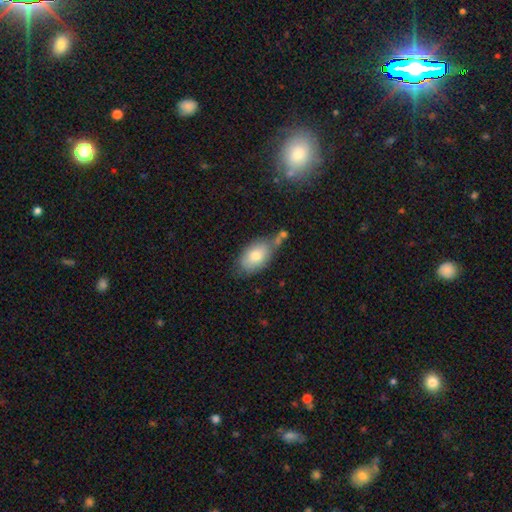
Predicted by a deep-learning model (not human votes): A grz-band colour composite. It shows a smooth galaxy with no disk features (75%) that is in between round and cigar-shaped (90%). Merging: none (55%).